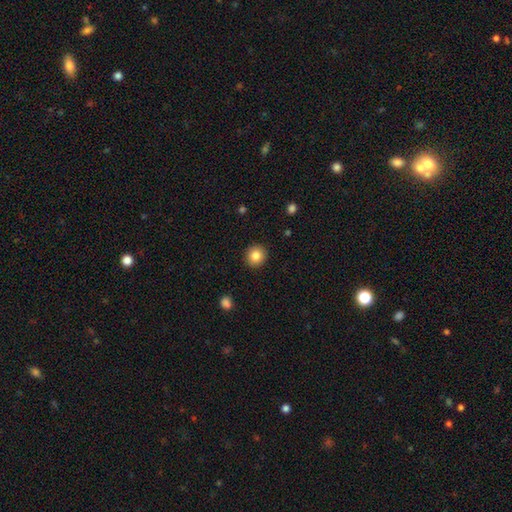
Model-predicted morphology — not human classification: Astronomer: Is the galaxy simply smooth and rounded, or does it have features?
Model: smooth — 84%.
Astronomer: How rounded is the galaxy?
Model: round — 90%.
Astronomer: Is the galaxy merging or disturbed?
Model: none — 91%.